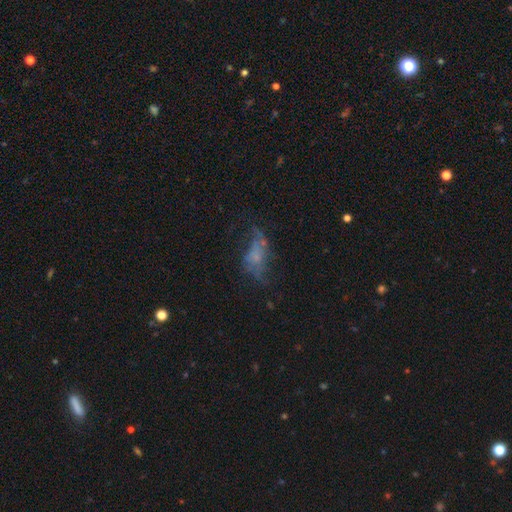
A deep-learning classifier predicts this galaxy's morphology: Q: Smooth or featured?
A: featured or disk (50%); runner-up: smooth (33%)
Q: Edge-on disk?
A: no (91%); runner-up: yes (9%)
Q: Merging?
A: major disturbance (38%); runner-up: none (36%)